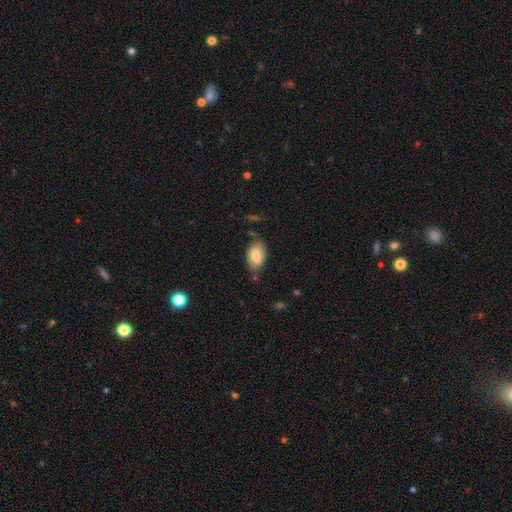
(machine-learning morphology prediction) smooth-or-featured: smooth: 76% | featured or disk: 18% | star or artifact: 7%
  how-rounded: in between: 93% | round: 5% | cigar-shaped: 2%
  merging: none: 73% | minor disturbance: 19% | major disturbance: 4% | merger: 3%